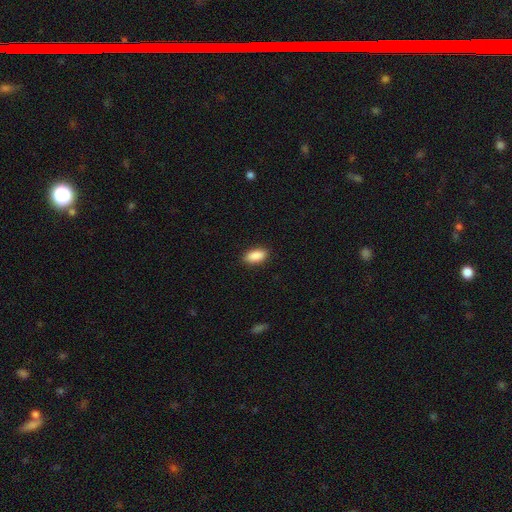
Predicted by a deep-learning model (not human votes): The model was most divided on "merging": none: 89%, minor disturbance: 8%, major disturbance: 2%, merger: 1%. More confident: how rounded — in between (91%); smooth or featured — smooth (90%).